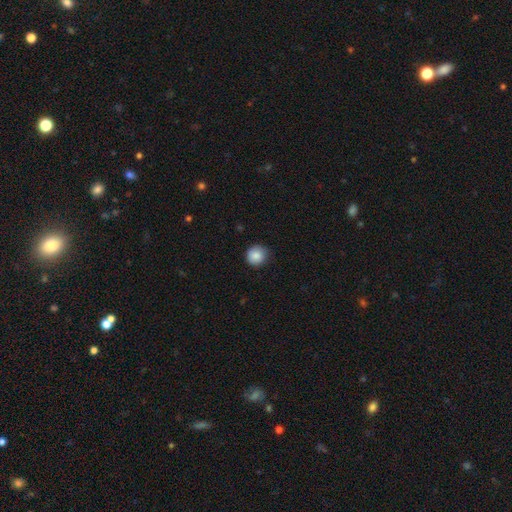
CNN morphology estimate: smooth_or_featured: smooth (p=0.86) [alt: star or artifact p=0.08]
how_rounded: round (p=0.91) [alt: in between p=0.08]
merging: none (p=0.85) [alt: minor disturbance p=0.12]